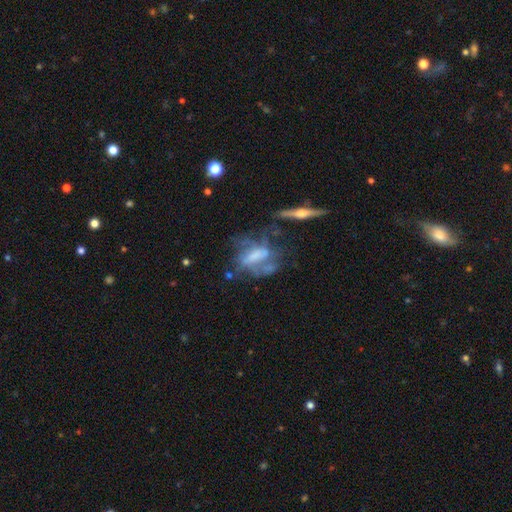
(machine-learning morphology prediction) smooth_or_featured: featured or disk (p=0.64) [alt: smooth p=0.24]
disk_edge_on: no (p=0.87) [alt: yes p=0.13]
bar: no (p=0.41) [alt: weak p=0.34]
has_spiral_arms: no (p=0.58) [alt: yes p=0.42]
bulge_size: none (p=0.33) [alt: moderate p=0.30]
merging: major disturbance (p=0.33) [alt: none p=0.32]